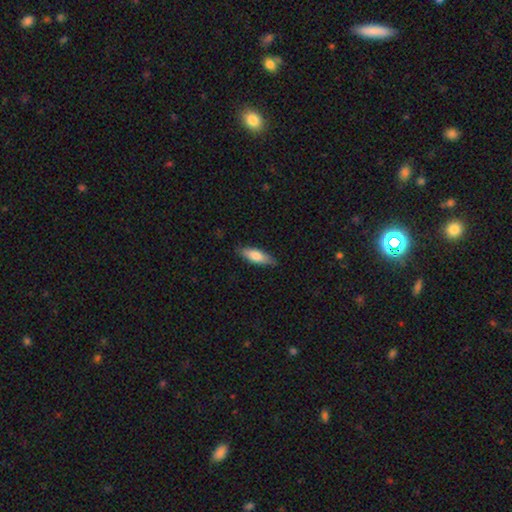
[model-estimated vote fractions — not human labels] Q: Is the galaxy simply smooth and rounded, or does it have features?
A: smooth — 74%.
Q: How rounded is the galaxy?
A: in between — 56%.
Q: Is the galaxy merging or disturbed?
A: none — 81%.